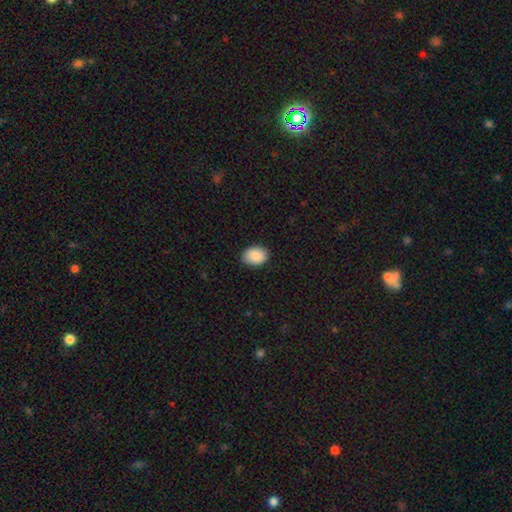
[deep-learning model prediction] Q: Smooth or featured?
A: smooth (90%); runner-up: star or artifact (7%)
Q: How rounded?
A: in between (72%); runner-up: round (27%)
Q: Merging?
A: none (87%); runner-up: minor disturbance (10%)